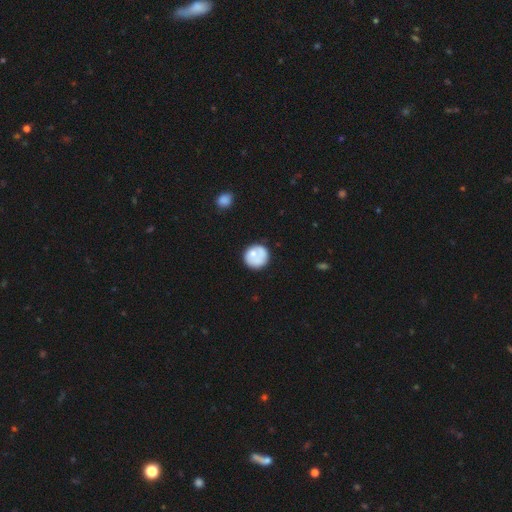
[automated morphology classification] Smooth or featured?
  - smooth: 69% *
  - featured or disk: 24%
  - star or artifact: 7%
How rounded?
  - round: 89% *
  - in between: 10%
  - cigar-shaped: 1%
Merging?
  - none: 69% *
  - minor disturbance: 19%
  - merger: 7%
  - major disturbance: 6%